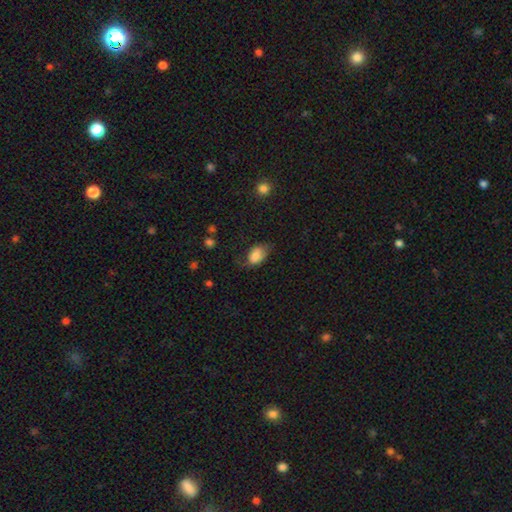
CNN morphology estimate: This appears to be a smooth galaxy with no disk features (81%) that is in between round and cigar-shaped (87%). Merging: none (48%).